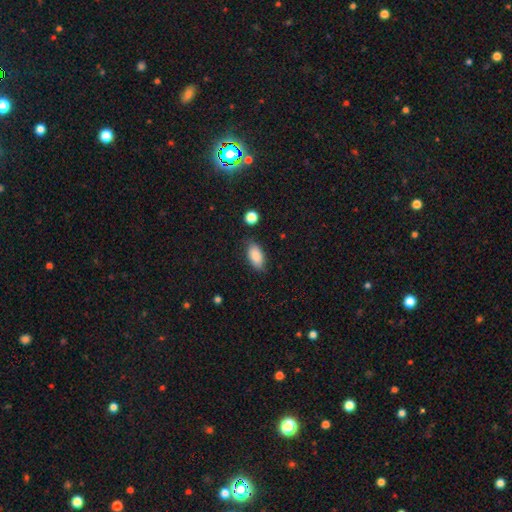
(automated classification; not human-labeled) A smooth galaxy with no disk features (86%) that is in between round and cigar-shaped (92%). Merging: none (80%).